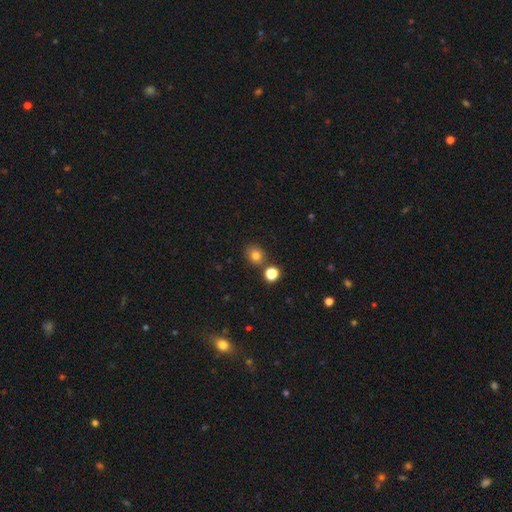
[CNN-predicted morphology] The model was most divided on "how rounded": round: 70%, in between: 29%, cigar-shaped: 1%. More confident: smooth or featured — smooth (80%); merging — none (77%).